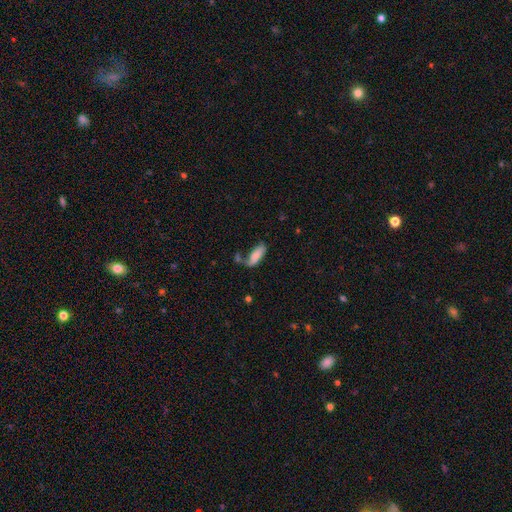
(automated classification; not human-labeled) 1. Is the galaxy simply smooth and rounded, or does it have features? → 80% smooth, 13% featured or disk, 7% star or artifact.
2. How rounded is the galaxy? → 67% in between, 31% cigar-shaped, 2% round.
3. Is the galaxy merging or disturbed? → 47% none, 22% minor disturbance, 20% merger, 11% major disturbance.